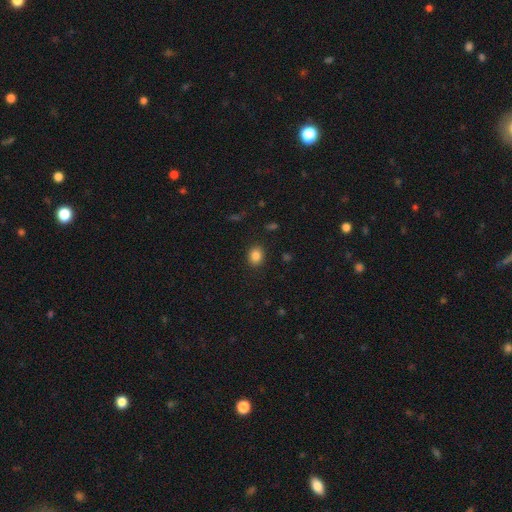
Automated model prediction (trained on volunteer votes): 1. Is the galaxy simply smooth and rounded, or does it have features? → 85% smooth, 10% star or artifact, 5% featured or disk.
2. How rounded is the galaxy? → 52% round, 47% in between, 1% cigar-shaped.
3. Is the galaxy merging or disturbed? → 88% none, 8% minor disturbance, 3% major disturbance, 1% merger.